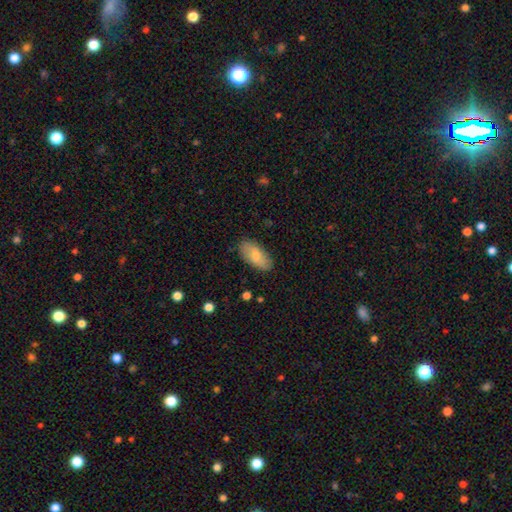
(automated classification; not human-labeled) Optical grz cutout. It shows a smooth galaxy with no disk features (77%) that is in between round and cigar-shaped (92%). Merging: none (84%).